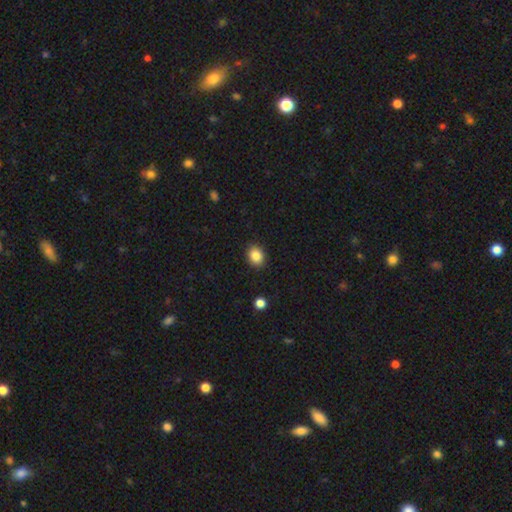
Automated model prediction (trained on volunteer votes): The model was most divided on "how rounded": in between: 53%, round: 46%, cigar-shaped: 1%. More confident: merging — none (89%); smooth or featured — smooth (86%).